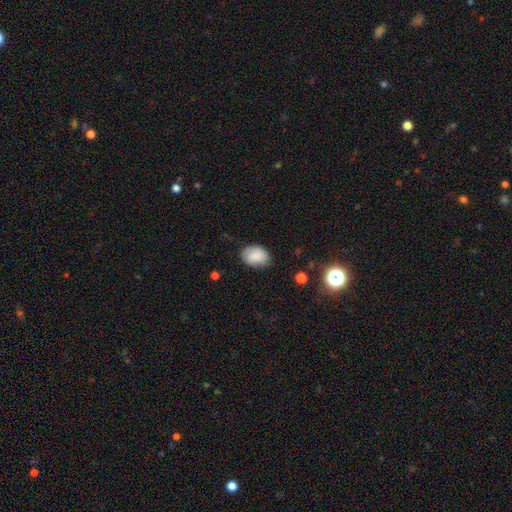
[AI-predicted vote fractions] Smooth or featured? Predicted: smooth (p=0.84). How rounded? Predicted: in between (p=0.79). Merging? Predicted: none (p=0.72).